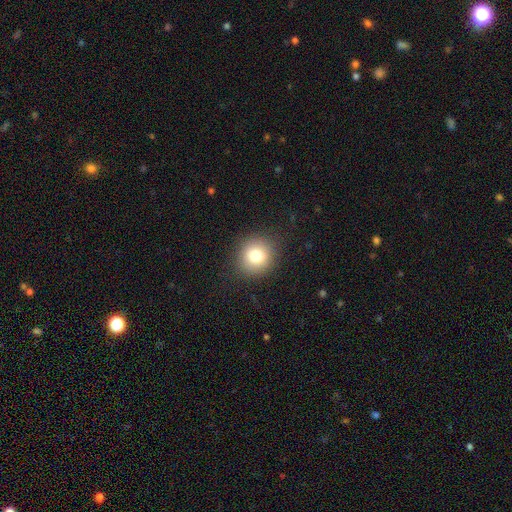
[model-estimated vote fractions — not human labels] The model was most divided on "smooth or featured": smooth: 78%, star or artifact: 12%, featured or disk: 11%. More confident: how rounded — round (88%); merging — none (88%).